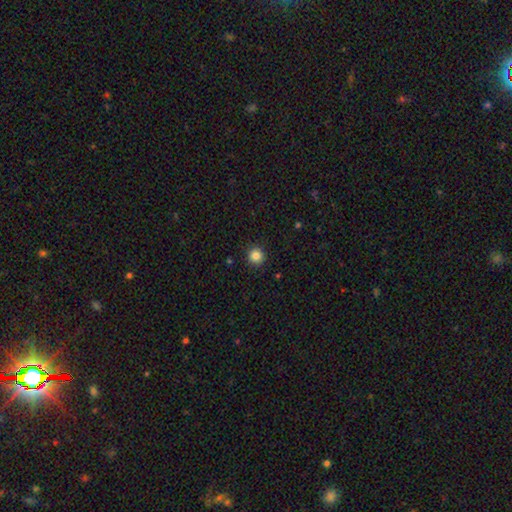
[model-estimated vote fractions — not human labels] Overall: smooth (85%). How rounded: round (94%). Merging: none (92%).